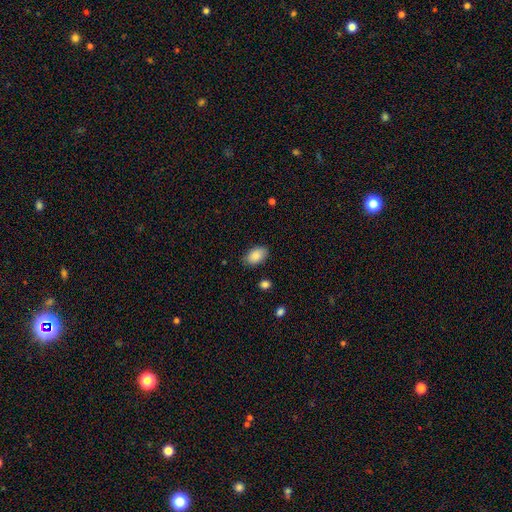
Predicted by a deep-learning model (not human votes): This appears to be a smooth galaxy with no disk features (88%) that is in between round and cigar-shaped (91%). Merging: none (83%).